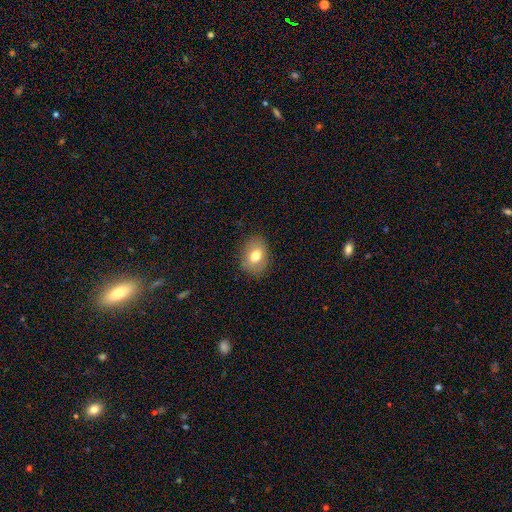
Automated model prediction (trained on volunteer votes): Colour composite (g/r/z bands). It shows a smooth galaxy with no disk features (71%) that is in between round and cigar-shaped (68%). Merging: none (84%).